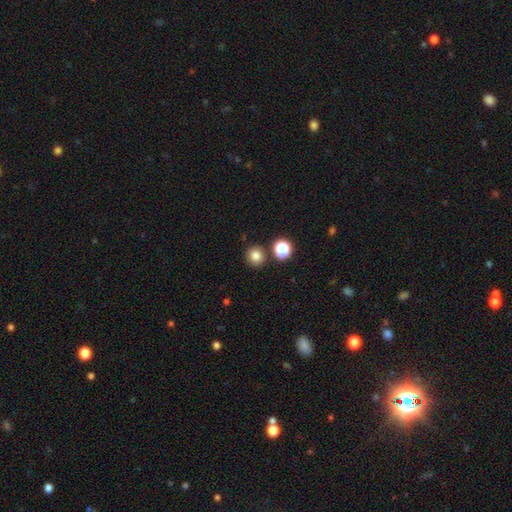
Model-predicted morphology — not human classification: The model was most divided on "smooth or featured": smooth: 81%, star or artifact: 14%, featured or disk: 6%. More confident: how rounded — round (92%); merging — none (85%).